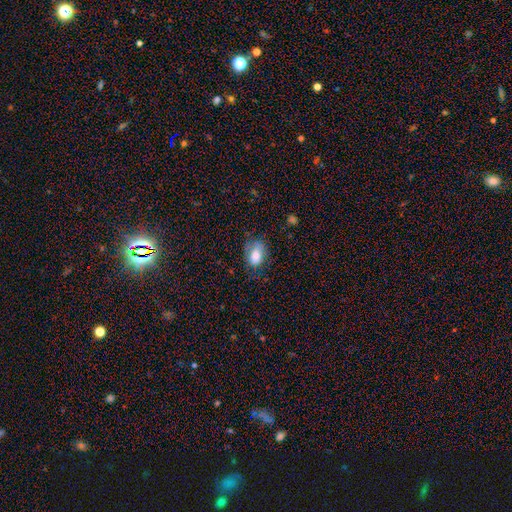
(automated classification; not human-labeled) Smooth or featured? Predicted: smooth (p=0.77). How rounded? Predicted: in between (p=0.85). Merging? Predicted: none (p=0.53).